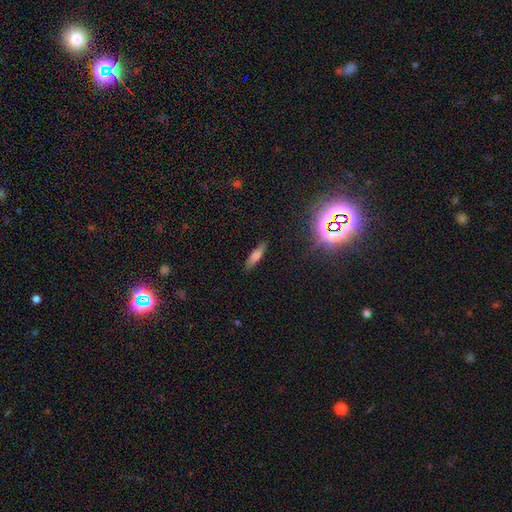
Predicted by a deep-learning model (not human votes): smooth 67%, featured or disk 21%, star or artifact 12%. Down the decision tree: how rounded — cigar-shaped (66%); merging — none (87%).